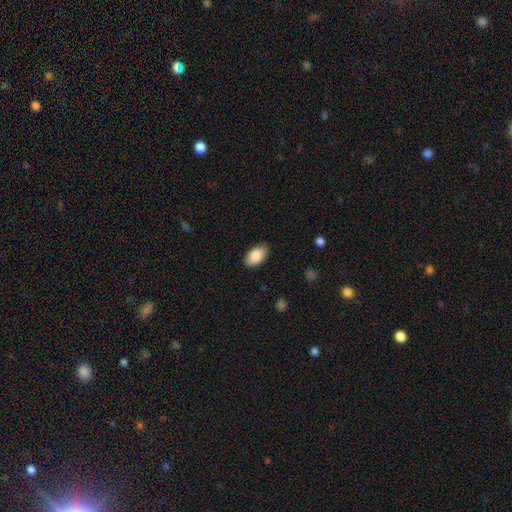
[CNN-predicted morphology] Q: Smooth or featured?
A: smooth (86%); runner-up: featured or disk (8%)
Q: How rounded?
A: in between (94%); runner-up: round (4%)
Q: Merging?
A: none (85%); runner-up: minor disturbance (12%)